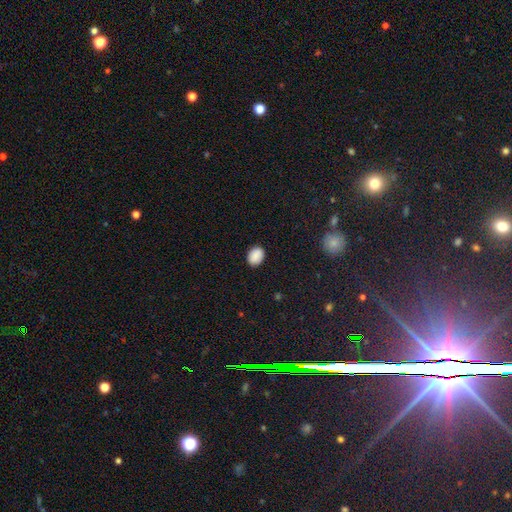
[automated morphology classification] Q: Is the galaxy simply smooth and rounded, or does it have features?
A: smooth — 89%.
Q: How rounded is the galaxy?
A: in between — 65%.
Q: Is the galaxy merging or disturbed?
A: none — 88%.